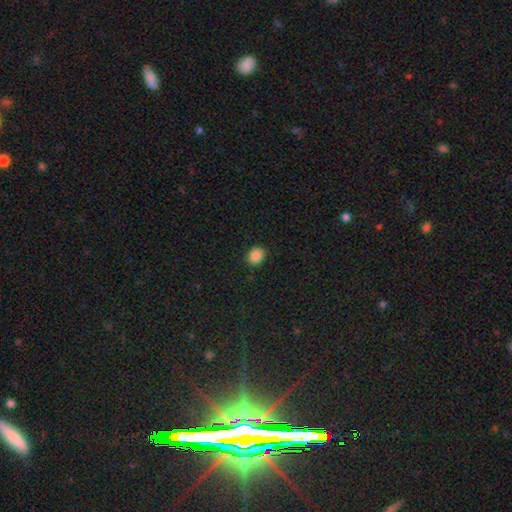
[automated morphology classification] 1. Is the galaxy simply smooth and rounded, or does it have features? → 86% smooth, 10% star or artifact, 4% featured or disk.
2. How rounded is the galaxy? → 58% round, 41% in between, 1% cigar-shaped.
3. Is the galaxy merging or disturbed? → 88% none, 9% minor disturbance, 2% major disturbance, 1% merger.